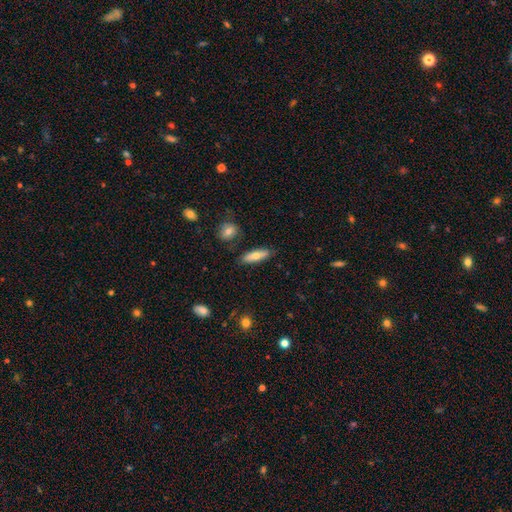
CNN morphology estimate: Q: Smooth or featured?
A: smooth (65%); runner-up: featured or disk (28%)
Q: How rounded?
A: cigar-shaped (57%); runner-up: in between (41%)
Q: Merging?
A: none (82%); runner-up: minor disturbance (12%)